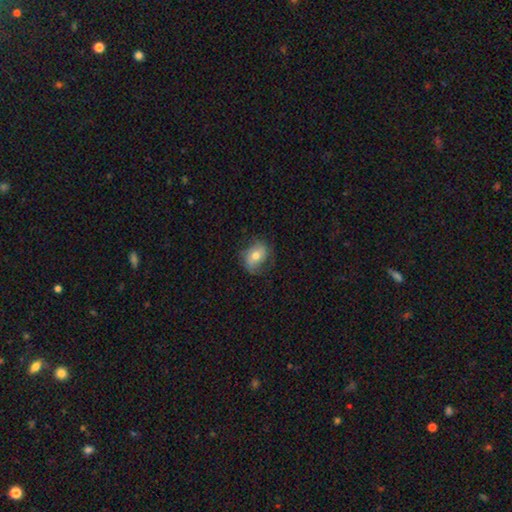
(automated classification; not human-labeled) This is likely a smooth galaxy (60%). How rounded: possibly in between (58%). Merging: likely none (68%).